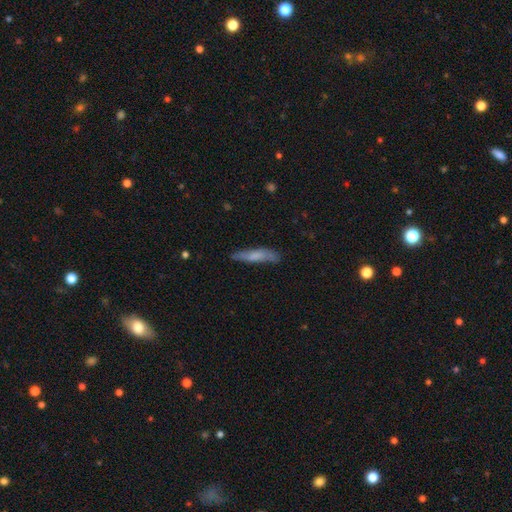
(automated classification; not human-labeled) smooth 61%, featured or disk 32%, star or artifact 7%. Down the decision tree: how rounded — cigar-shaped (81%); merging — none (69%).